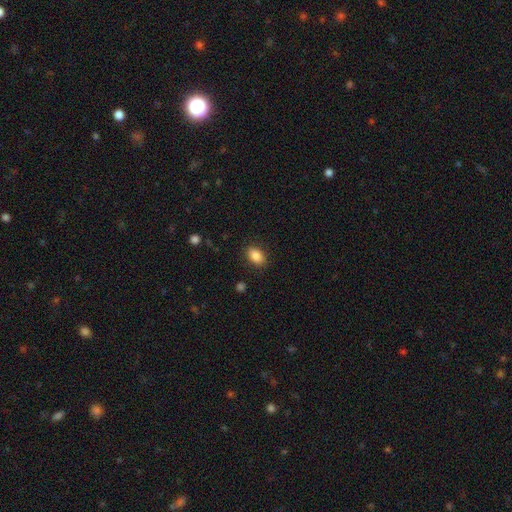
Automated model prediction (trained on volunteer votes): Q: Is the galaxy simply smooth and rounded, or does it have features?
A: smooth — 86%.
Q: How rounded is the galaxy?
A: in between — 86%.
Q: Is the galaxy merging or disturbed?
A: none — 87%.